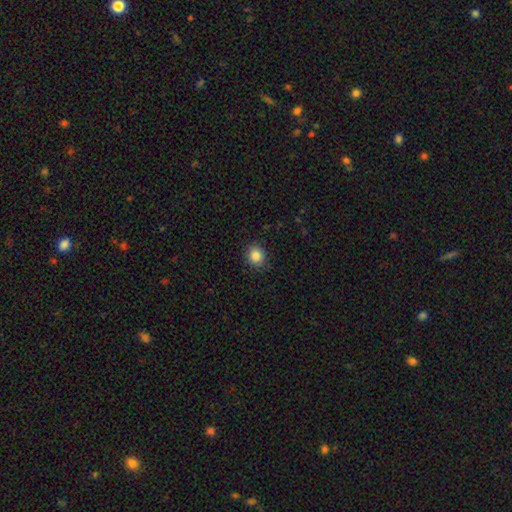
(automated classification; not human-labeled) smooth_or_featured: smooth (p=0.85) [alt: star or artifact p=0.10]
how_rounded: round (p=0.79) [alt: in between p=0.20]
merging: none (p=0.90) [alt: minor disturbance p=0.07]